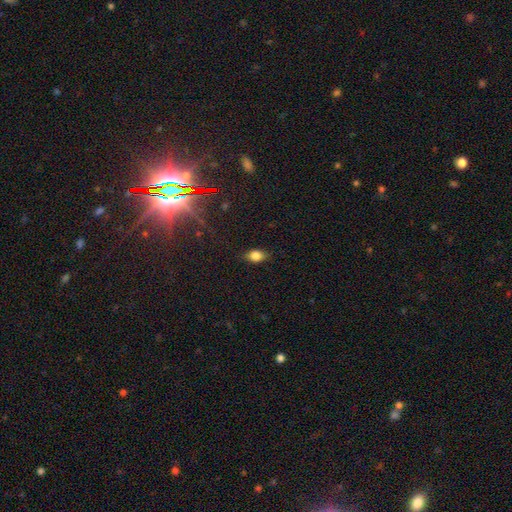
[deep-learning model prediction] A smooth galaxy with no disk features (76%) that is in between round and cigar-shaped (78%).

Vote fractions:
- Smooth or featured? smooth: 76% / featured or disk: 12% / star or artifact: 12%
- How rounded? in between: 78% / round: 18% / cigar-shaped: 4%
- Merging? none: 81% / minor disturbance: 15% / major disturbance: 3% / merger: 1%